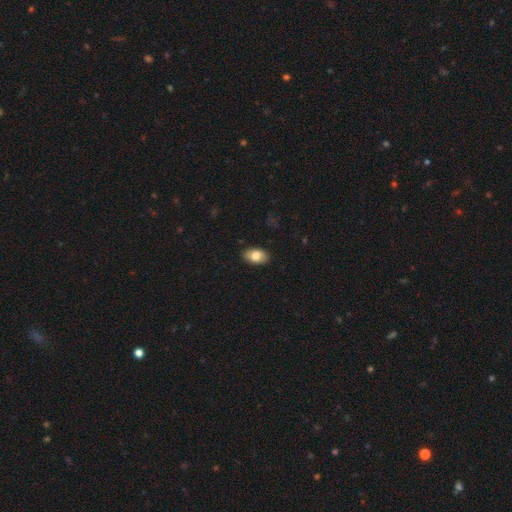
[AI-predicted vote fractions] Smooth or featured? smooth (81%)
How rounded? in between (93%)
Merging? none (88%)